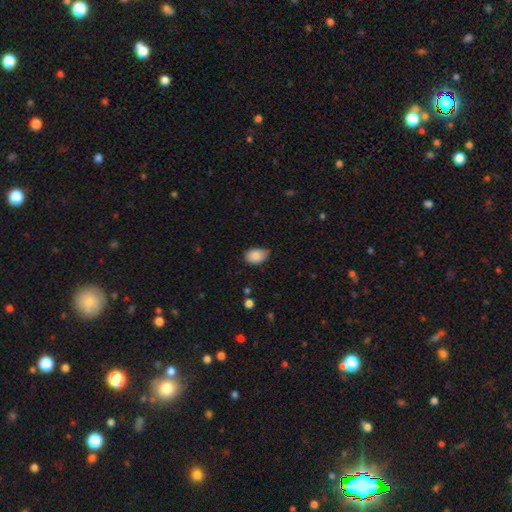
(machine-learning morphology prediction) Smooth or featured: smooth — 86% (star or artifact — 8%)
How rounded: in between — 83% (round — 16%)
Merging: none — 54% (minor disturbance — 39%)